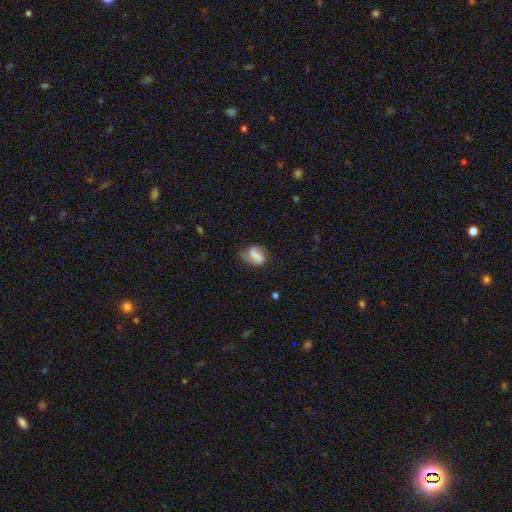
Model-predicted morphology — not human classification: Overall: smooth (57%; featured or disk 33%). How rounded: in between (73%). Merging: none (39%; minor disturbance 31%).